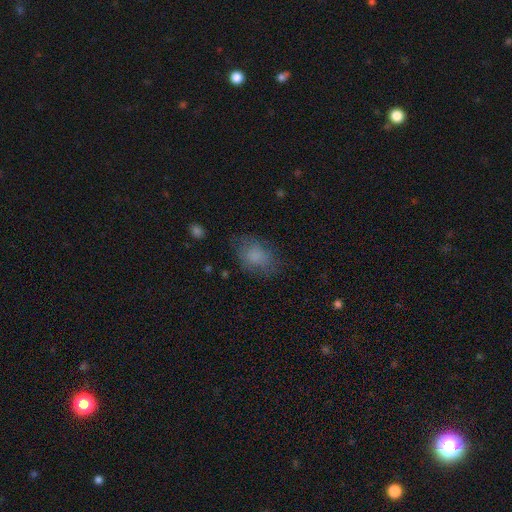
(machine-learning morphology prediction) Q: Smooth or featured?
A: smooth (78%); runner-up: featured or disk (12%)
Q: How rounded?
A: in between (76%); runner-up: round (23%)
Q: Merging?
A: none (67%); runner-up: minor disturbance (22%)